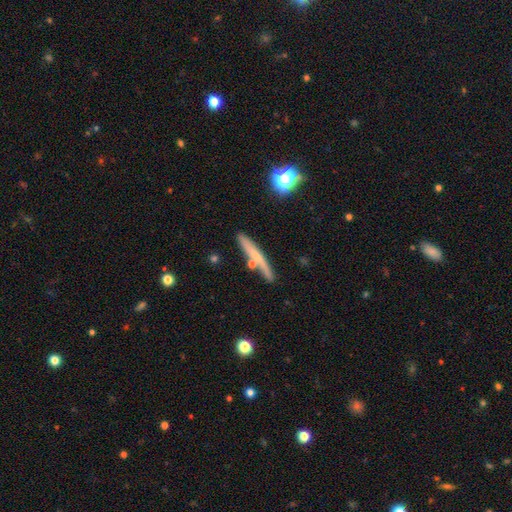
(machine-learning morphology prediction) Smooth or featured: smooth — 51% (featured or disk — 40%)
How rounded: cigar-shaped — 92% (in between — 5%)
Merging: none — 74% (minor disturbance — 13%)